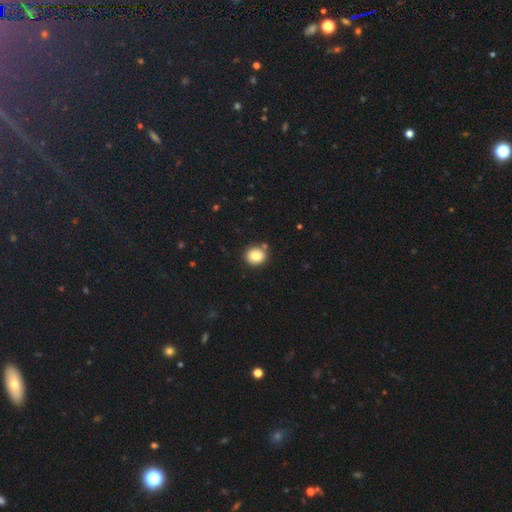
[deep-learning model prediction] Smooth or featured? smooth (83%)
How rounded? round (77%)
Merging? none (81%)